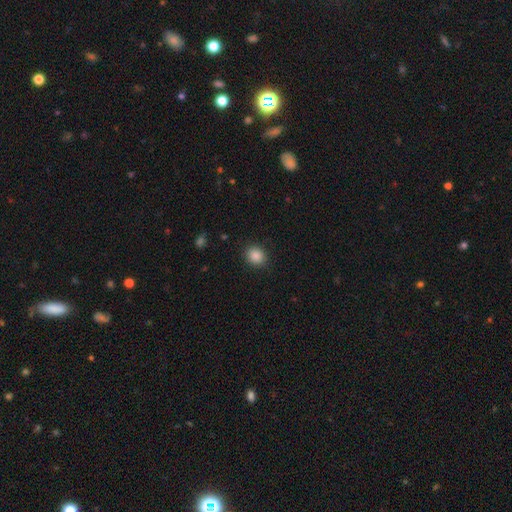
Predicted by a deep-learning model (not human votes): Smooth or featured? Predicted: smooth (p=0.87). How rounded? Predicted: round (p=0.68). Merging? Predicted: none (p=0.89).